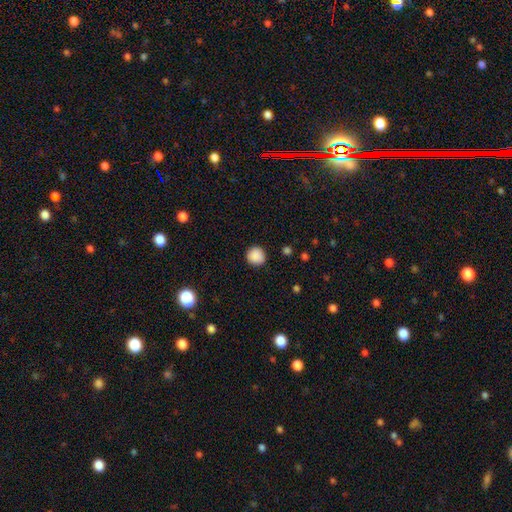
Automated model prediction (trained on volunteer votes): This is clearly a smooth galaxy (88%). How rounded: clearly round (93%). Merging: clearly none (90%).